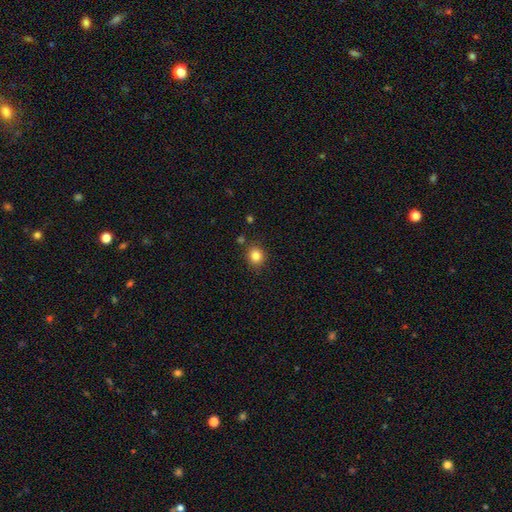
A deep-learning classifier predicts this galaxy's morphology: smooth 84%, star or artifact 11%, featured or disk 5%. Down the decision tree: how rounded — round (77%); merging — none (83%).